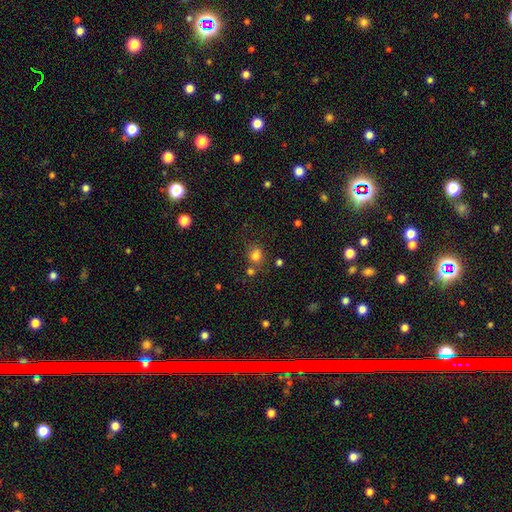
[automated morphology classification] A smooth galaxy with no disk features (79%) that is round (72%).

Vote fractions:
- Smooth or featured? smooth: 79% / star or artifact: 14% / featured or disk: 7%
- How rounded? round: 72% / in between: 27% / cigar-shaped: 1%
- Merging? none: 65% / merger: 16% / minor disturbance: 14% / major disturbance: 5%